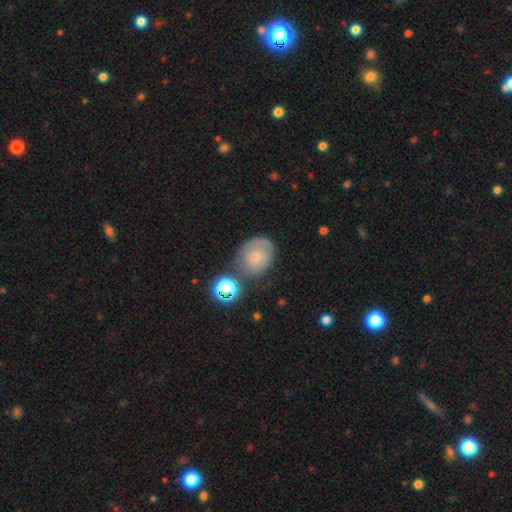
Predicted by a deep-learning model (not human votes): Q: Smooth or featured?
A: smooth (54%); runner-up: featured or disk (30%)
Q: How rounded?
A: round (58%); runner-up: in between (41%)
Q: Merging?
A: none (61%); runner-up: minor disturbance (23%)